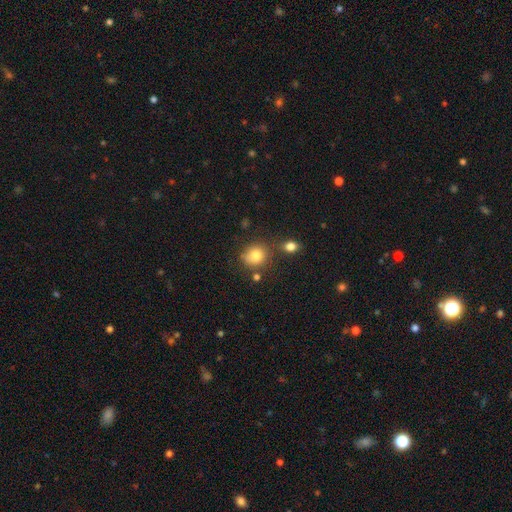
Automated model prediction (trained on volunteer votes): smooth_or_featured: smooth (p=0.81) [alt: star or artifact p=0.11]
how_rounded: round (p=0.78) [alt: in between p=0.21]
merging: none (p=0.70) [alt: minor disturbance p=0.15]